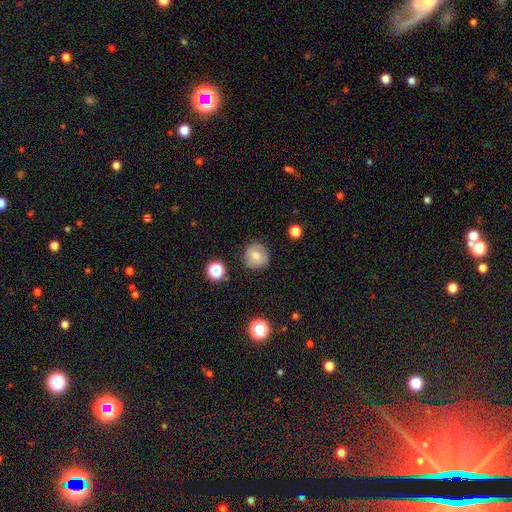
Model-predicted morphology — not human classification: Smooth or featured?
  - smooth: 68% *
  - featured or disk: 21%
  - star or artifact: 11%
How rounded?
  - round: 91% *
  - in between: 8%
  - cigar-shaped: 1%
Merging?
  - none: 82% *
  - minor disturbance: 13%
  - major disturbance: 3%
  - merger: 2%